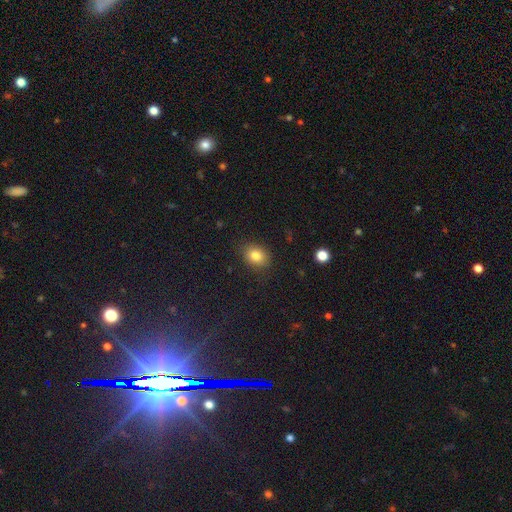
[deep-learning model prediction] This appears to be a smooth galaxy with no disk features (82%) that is in between round and cigar-shaped (55%). Merging: none (85%).